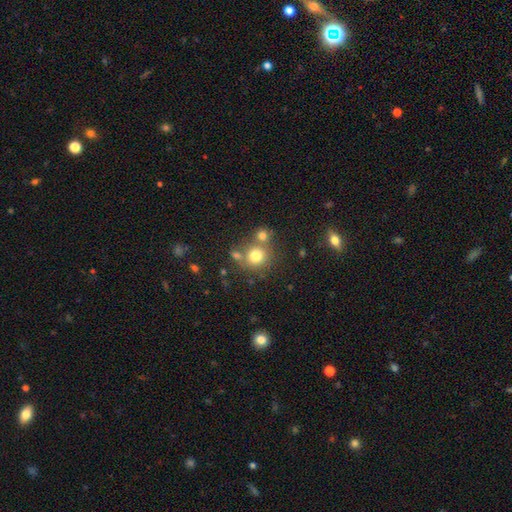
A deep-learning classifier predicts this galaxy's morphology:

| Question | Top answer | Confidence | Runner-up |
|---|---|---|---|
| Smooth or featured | smooth | 76% | star or artifact (14%) |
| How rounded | round | 88% | in between (11%) |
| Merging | none | 60% | merger (26%) |